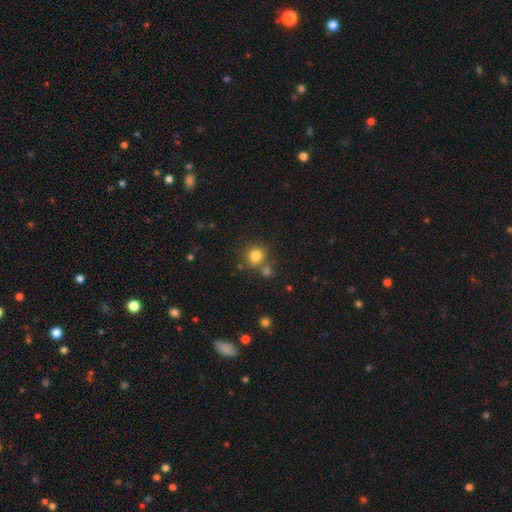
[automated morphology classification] The model was most divided on "merging": none: 67%, merger: 20%, minor disturbance: 10%, major disturbance: 4%. More confident: how rounded — round (88%); smooth or featured — smooth (80%).